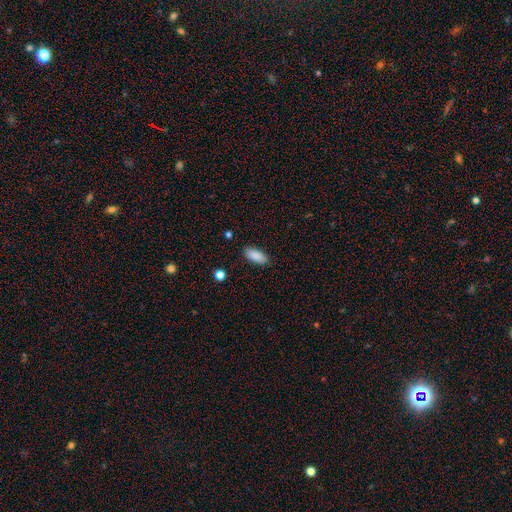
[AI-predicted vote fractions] This is clearly a smooth galaxy (89%). How rounded: clearly in between (86%). Merging: clearly none (86%).